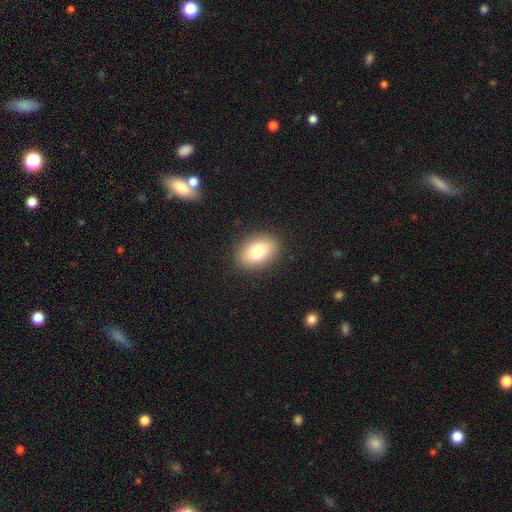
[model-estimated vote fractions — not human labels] Smooth or featured? smooth (78%)
How rounded? in between (81%)
Merging? none (89%)